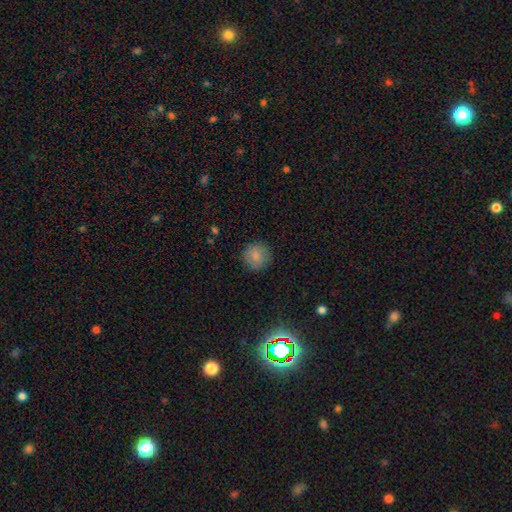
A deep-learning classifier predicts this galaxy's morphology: Smooth or featured? Predicted: smooth (p=0.84). How rounded? Predicted: round (p=0.93). Merging? Predicted: none (p=0.86).